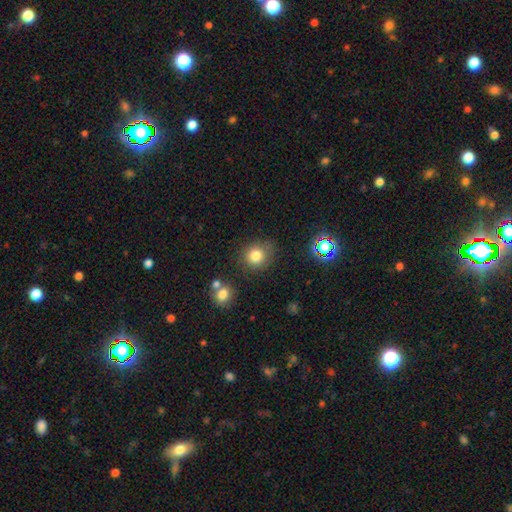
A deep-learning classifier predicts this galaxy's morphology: Q: Smooth or featured?
A: smooth (80%); runner-up: star or artifact (13%)
Q: How rounded?
A: round (83%); runner-up: in between (16%)
Q: Merging?
A: none (75%); runner-up: minor disturbance (15%)